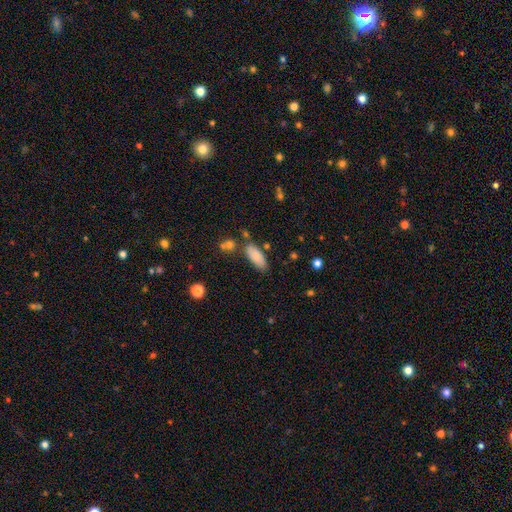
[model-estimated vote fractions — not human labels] Smooth or featured? Predicted: smooth (p=0.86). How rounded? Predicted: in between (p=0.79). Merging? Predicted: none (p=0.74).